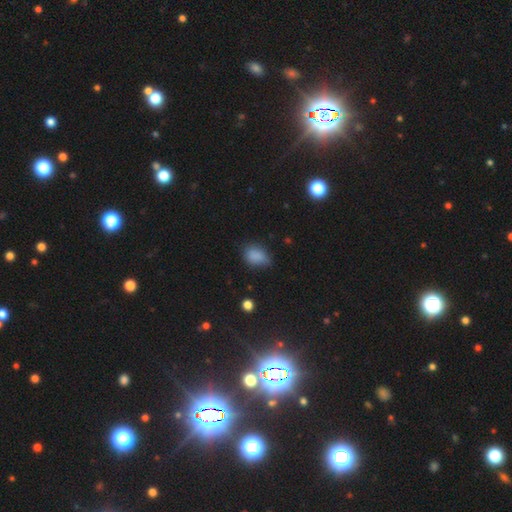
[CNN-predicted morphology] This is clearly a smooth galaxy (83%). How rounded: likely in between (78%). Merging: possibly none (56%).